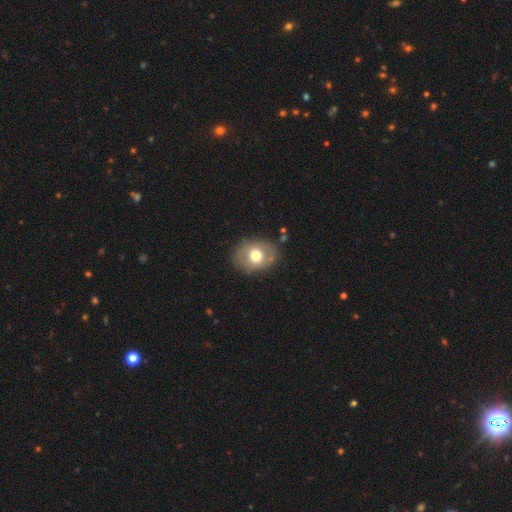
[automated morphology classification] type=smooth (65%); roundness=in between (51%); merging=none (80%).